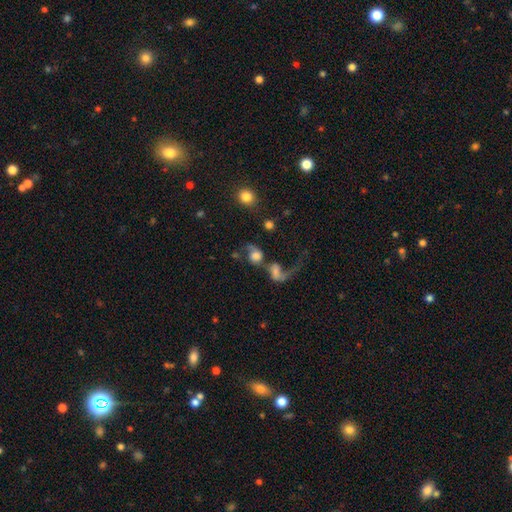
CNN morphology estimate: This is possibly a smooth galaxy (54%). How rounded: likely round (67%). Merging: possibly merger (51%).